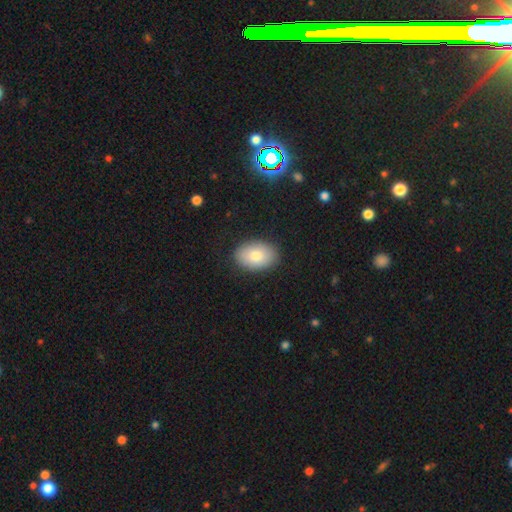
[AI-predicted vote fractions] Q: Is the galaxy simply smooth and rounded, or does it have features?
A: smooth — 78%.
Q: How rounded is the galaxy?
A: in between — 85%.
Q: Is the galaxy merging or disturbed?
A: none — 88%.